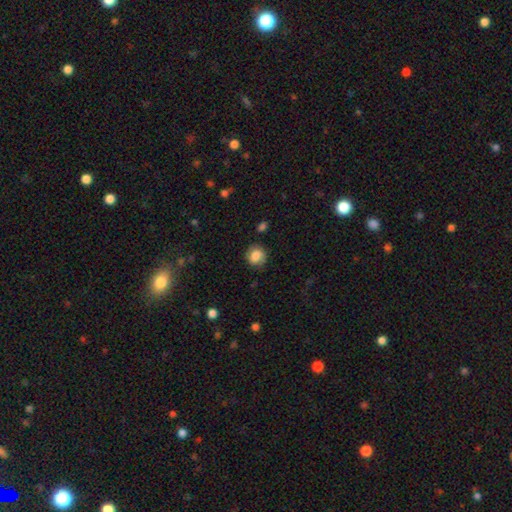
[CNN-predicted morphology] smooth_or_featured: smooth (p=0.79) [alt: featured or disk p=0.12]
how_rounded: round (p=0.68) [alt: in between p=0.31]
merging: none (p=0.74) [alt: minor disturbance p=0.18]